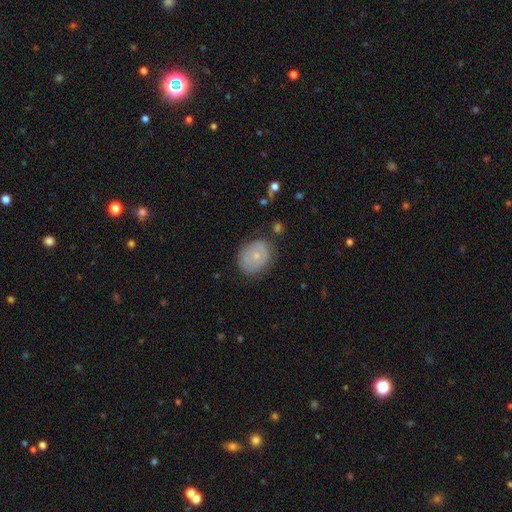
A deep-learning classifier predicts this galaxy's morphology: smooth 58%, featured or disk 34%, star or artifact 8%. Down the decision tree: how rounded — round (52%); merging — none (76%).